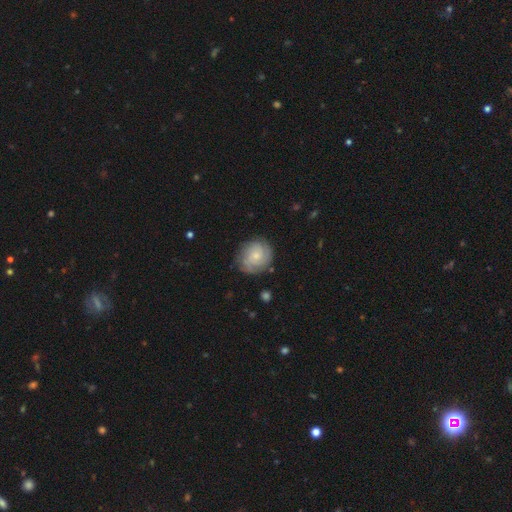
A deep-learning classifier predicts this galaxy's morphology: Smooth or featured? Predicted: featured or disk (p=0.66). Edge-on disk? Predicted: no (p=0.98). Bar? Predicted: no (p=0.76). Spiral arms? Predicted: yes (p=0.92). Spiral winding? Predicted: tight (p=0.68). Spiral arm count? Predicted: can't tell (p=0.33). Bulge size? Predicted: small (p=0.70). Merging? Predicted: none (p=0.79).